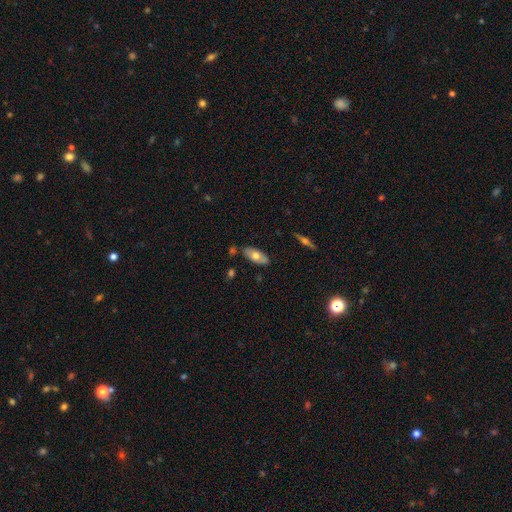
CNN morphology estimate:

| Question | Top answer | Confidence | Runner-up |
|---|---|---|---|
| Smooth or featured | smooth | 59% | featured or disk (35%) |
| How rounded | in between | 85% | cigar-shaped (12%) |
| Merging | none | 80% | minor disturbance (14%) |